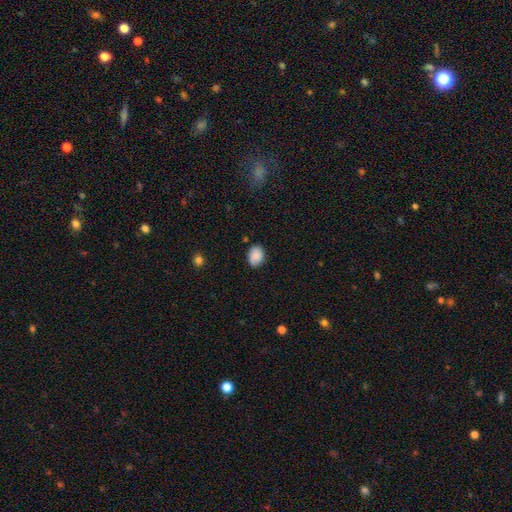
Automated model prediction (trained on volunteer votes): A smooth galaxy with no disk features (88%) that is in between round and cigar-shaped (70%).

Vote fractions:
- Smooth or featured? smooth: 88% / star or artifact: 7% / featured or disk: 5%
- How rounded? in between: 70% / round: 29% / cigar-shaped: 1%
- Merging? none: 80% / minor disturbance: 15% / major disturbance: 3% / merger: 2%